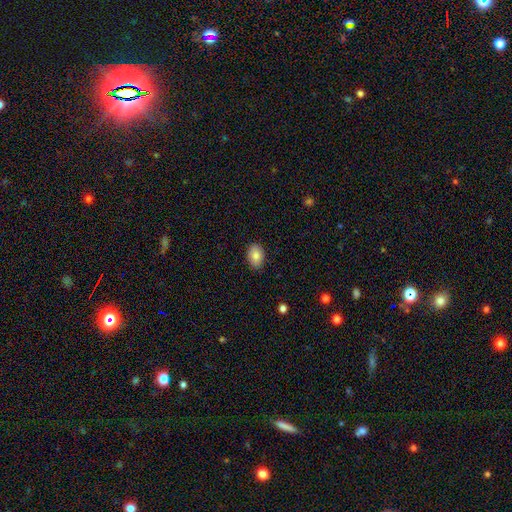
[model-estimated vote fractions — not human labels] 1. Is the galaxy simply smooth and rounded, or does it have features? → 81% smooth, 11% featured or disk, 8% star or artifact.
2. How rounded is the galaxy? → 84% in between, 15% round, 1% cigar-shaped.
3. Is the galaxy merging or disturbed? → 88% none, 9% minor disturbance, 2% major disturbance, 1% merger.